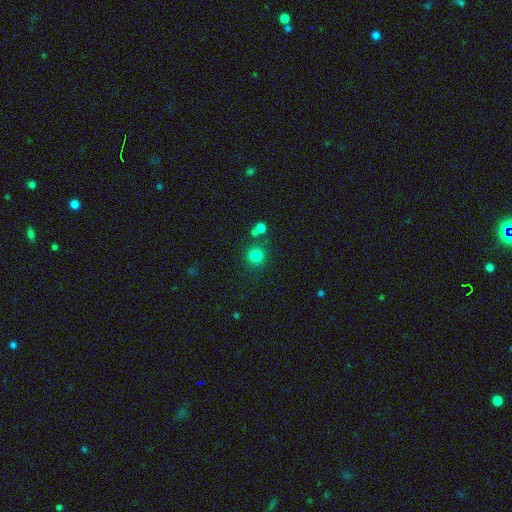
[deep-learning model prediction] A smooth galaxy with no disk features (81%) that is round (93%).

Vote fractions:
- Smooth or featured? smooth: 81% / star or artifact: 14% / featured or disk: 5%
- How rounded? round: 93% / in between: 6% / cigar-shaped: 1%
- Merging? none: 78% / merger: 11% / minor disturbance: 8% / major disturbance: 3%